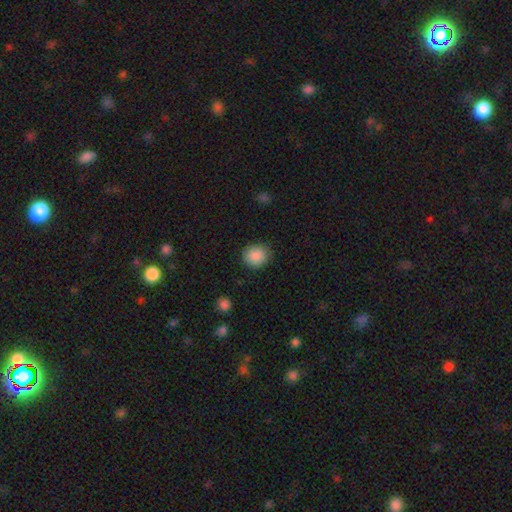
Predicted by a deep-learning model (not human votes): smooth-or-featured: smooth: 88% | star or artifact: 8% | featured or disk: 4%
  how-rounded: round: 81% | in between: 18% | cigar-shaped: 1%
  merging: none: 86% | minor disturbance: 10% | major disturbance: 3% | merger: 1%